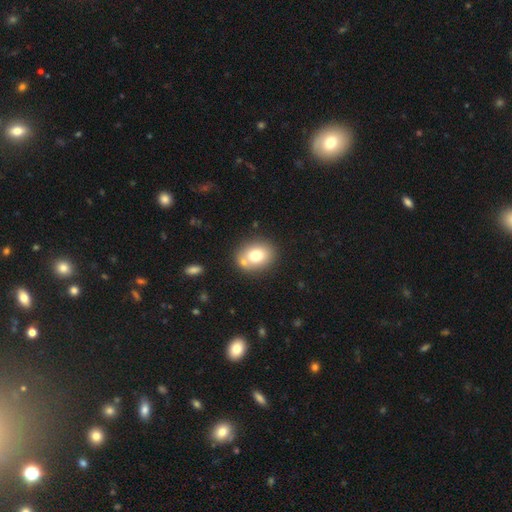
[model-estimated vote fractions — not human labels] A smooth galaxy with no disk features (74%) that is round (52%). Merging: none (70%).